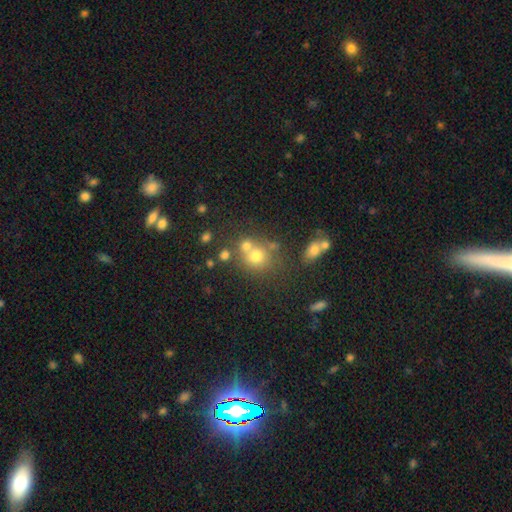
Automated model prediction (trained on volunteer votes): smooth_or_featured: smooth (p=0.69) [alt: star or artifact p=0.16]
how_rounded: round (p=0.81) [alt: in between p=0.18]
merging: none (p=0.50) [alt: merger p=0.35]